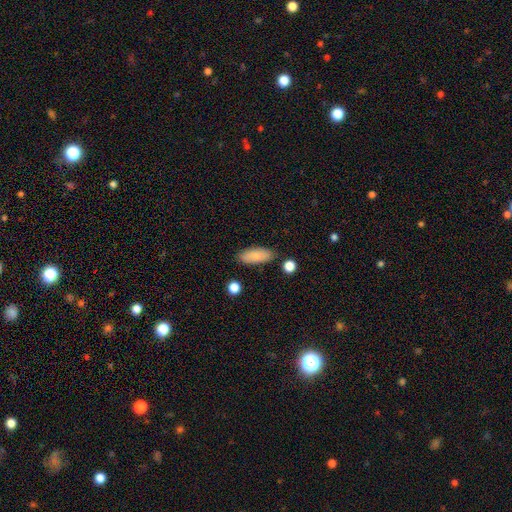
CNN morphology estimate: A smooth galaxy with no disk features (84%) that is in between round and cigar-shaped (81%). Merging: none (84%).